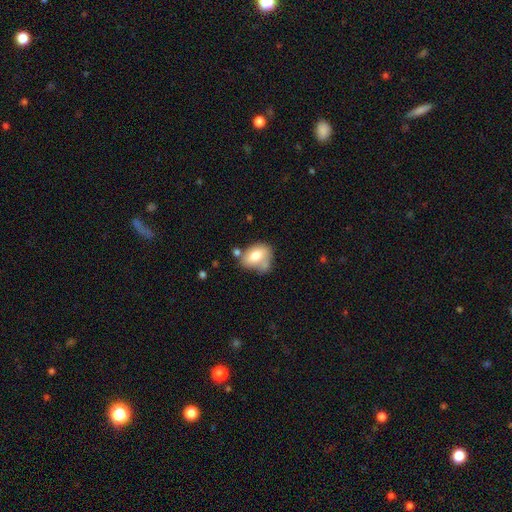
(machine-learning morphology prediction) A smooth galaxy with no disk features (70%) that is in between round and cigar-shaped (72%). Merging: none (41%).